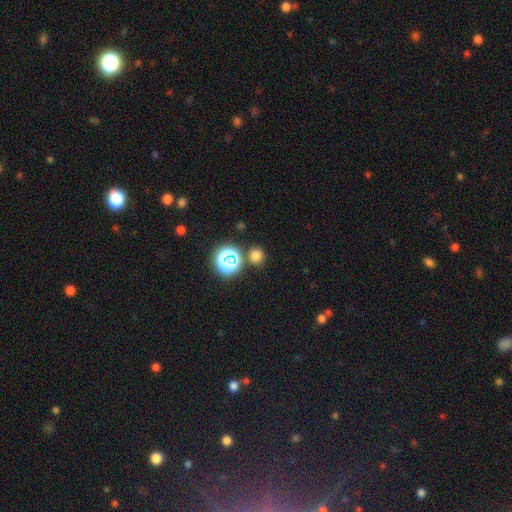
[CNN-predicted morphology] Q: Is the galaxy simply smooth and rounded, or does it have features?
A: smooth — 72%.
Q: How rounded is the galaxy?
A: round — 88%.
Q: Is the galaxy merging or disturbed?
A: none — 82%.